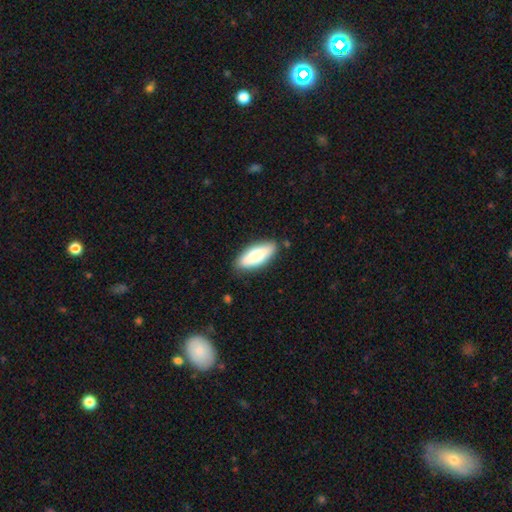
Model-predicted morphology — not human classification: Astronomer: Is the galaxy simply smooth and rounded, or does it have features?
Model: smooth — 71%.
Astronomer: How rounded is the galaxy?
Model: in between — 76%.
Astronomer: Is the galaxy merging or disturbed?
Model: none — 85%.